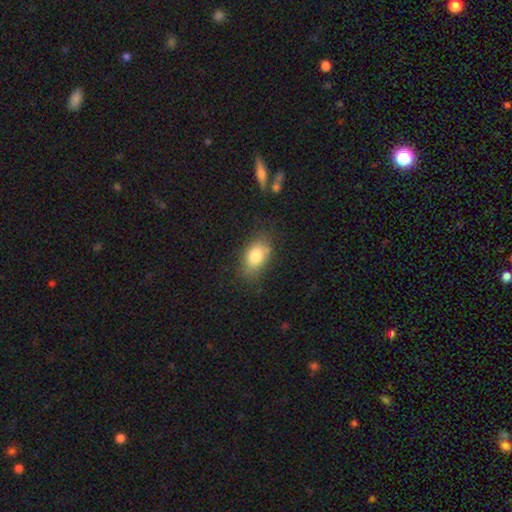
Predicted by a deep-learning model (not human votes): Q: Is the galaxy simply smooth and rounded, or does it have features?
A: smooth — 80%.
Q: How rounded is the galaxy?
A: in between — 85%.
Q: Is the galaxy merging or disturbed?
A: none — 70%.